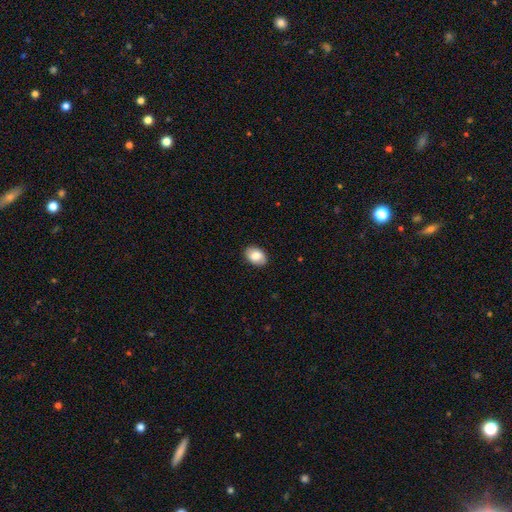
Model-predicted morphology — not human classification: Q: Smooth or featured?
A: smooth (81%); runner-up: featured or disk (12%)
Q: How rounded?
A: in between (82%); runner-up: round (17%)
Q: Merging?
A: none (87%); runner-up: minor disturbance (10%)